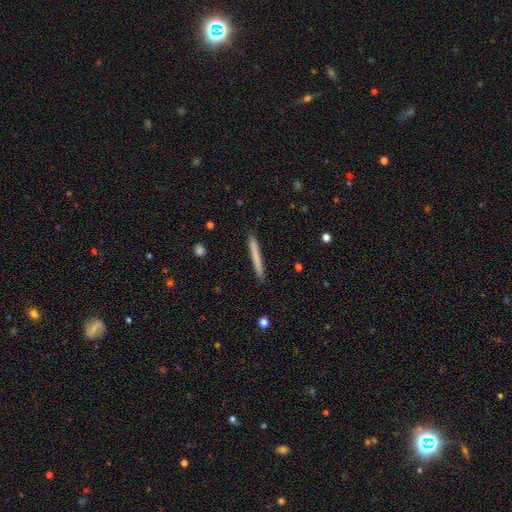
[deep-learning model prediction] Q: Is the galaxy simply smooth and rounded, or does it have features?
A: smooth — 70%.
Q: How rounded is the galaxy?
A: cigar-shaped — 97%.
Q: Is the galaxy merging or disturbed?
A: none — 91%.